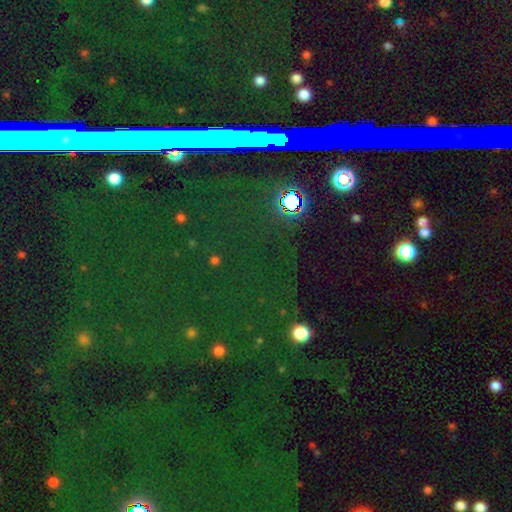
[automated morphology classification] Smooth or featured: star or artifact — 78% (smooth — 12%)